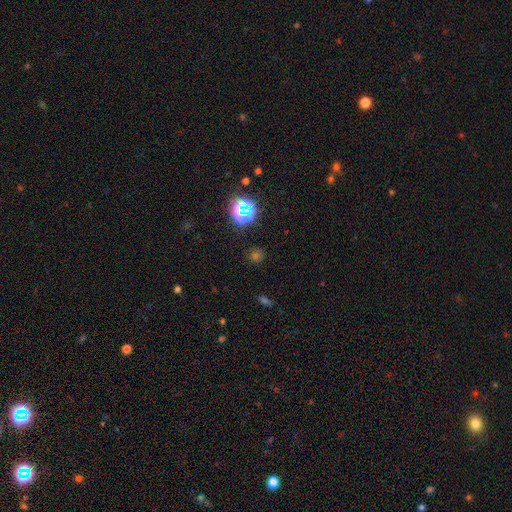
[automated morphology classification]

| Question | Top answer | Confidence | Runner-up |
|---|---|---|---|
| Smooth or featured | star or artifact | 50% | smooth (43%) |